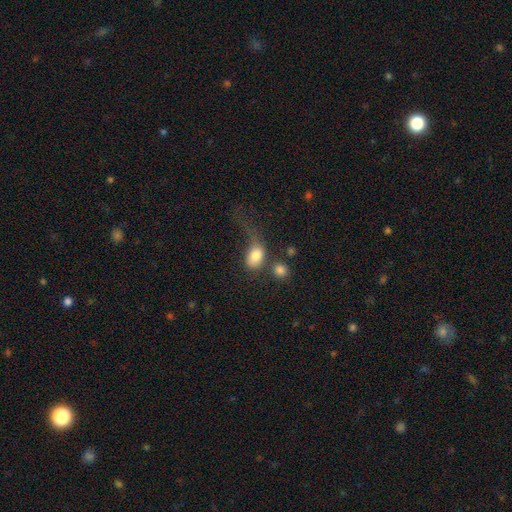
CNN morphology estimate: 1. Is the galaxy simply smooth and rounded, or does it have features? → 79% smooth, 12% featured or disk, 8% star or artifact.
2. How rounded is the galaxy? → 75% in between, 23% round, 3% cigar-shaped.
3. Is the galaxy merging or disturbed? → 37% major disturbance, 25% none, 20% merger, 18% minor disturbance.